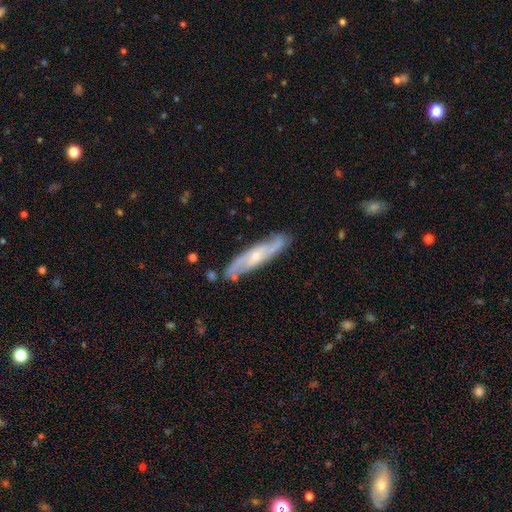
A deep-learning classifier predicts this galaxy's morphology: The model was most divided on "edge-on disk": no: 60%, yes: 40%. More confident: merging — none (81%); smooth or featured — featured or disk (73%).